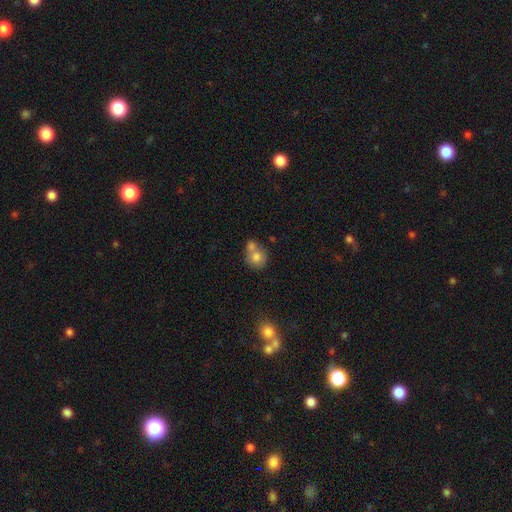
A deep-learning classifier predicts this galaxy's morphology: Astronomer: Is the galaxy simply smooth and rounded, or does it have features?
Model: smooth — 76%.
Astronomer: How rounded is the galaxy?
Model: round — 80%.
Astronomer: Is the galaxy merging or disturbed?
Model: merger — 50% (runner-up: none, 37%).